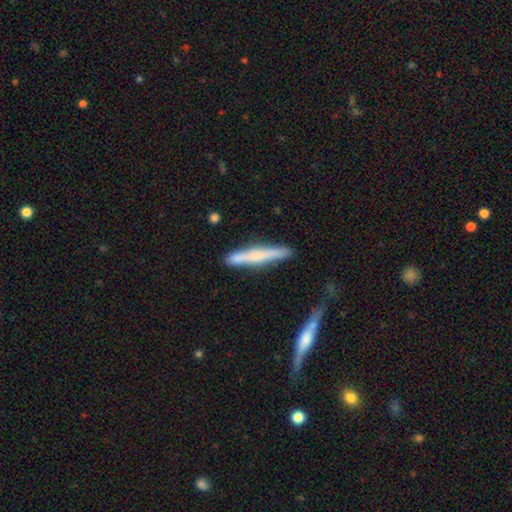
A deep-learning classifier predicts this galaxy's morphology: Smooth or featured?
  - smooth: 55% *
  - featured or disk: 39%
  - star or artifact: 6%
How rounded?
  - cigar-shaped: 95% *
  - in between: 4%
  - round: 1%
Merging?
  - none: 80% *
  - minor disturbance: 14%
  - merger: 4%
  - major disturbance: 3%